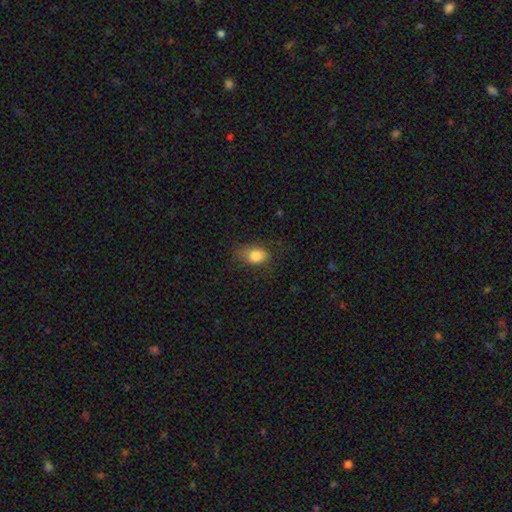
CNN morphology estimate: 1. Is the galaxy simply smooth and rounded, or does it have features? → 83% smooth, 9% star or artifact, 8% featured or disk.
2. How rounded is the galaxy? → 74% in between, 24% round, 2% cigar-shaped.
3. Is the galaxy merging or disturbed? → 64% none, 24% minor disturbance, 11% major disturbance, 1% merger.